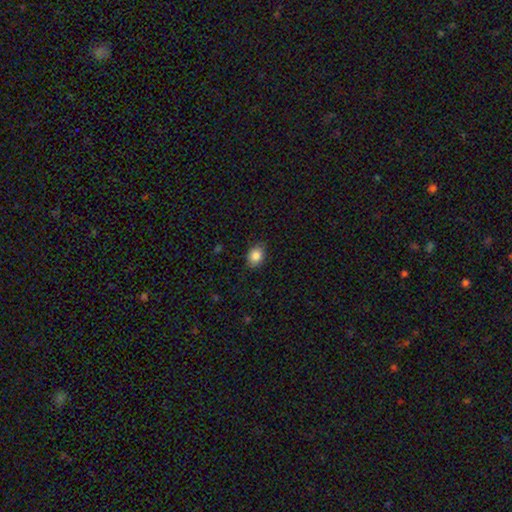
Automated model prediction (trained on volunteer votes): Smooth or featured: smooth — 85% (star or artifact — 9%)
How rounded: in between — 61% (round — 38%)
Merging: none — 85% (minor disturbance — 11%)